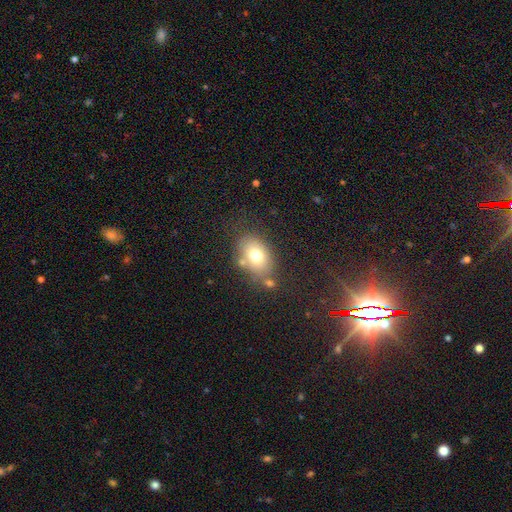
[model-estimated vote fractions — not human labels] The model was most divided on "how rounded": in between: 74%, round: 25%, cigar-shaped: 1%. More confident: smooth or featured — smooth (72%); merging — none (66%).